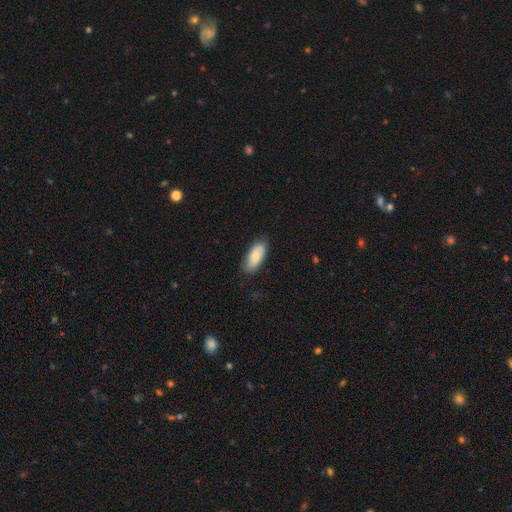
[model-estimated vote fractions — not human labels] A smooth galaxy with no disk features (74%) that is in between round and cigar-shaped (87%). Merging: none (80%).